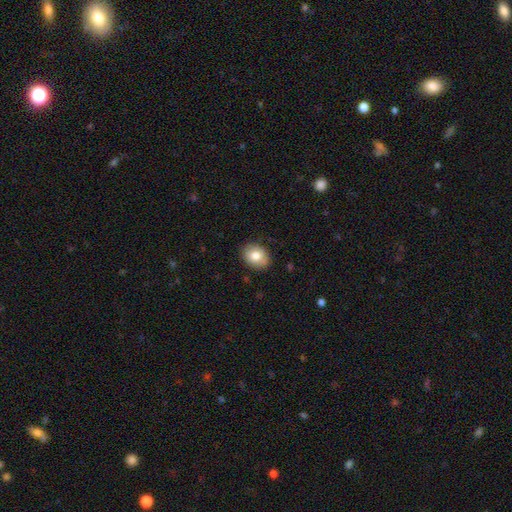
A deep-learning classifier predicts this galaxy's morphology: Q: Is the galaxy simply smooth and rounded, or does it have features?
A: smooth — 80%.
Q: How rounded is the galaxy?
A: in between — 58%.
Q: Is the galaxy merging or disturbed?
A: none — 86%.